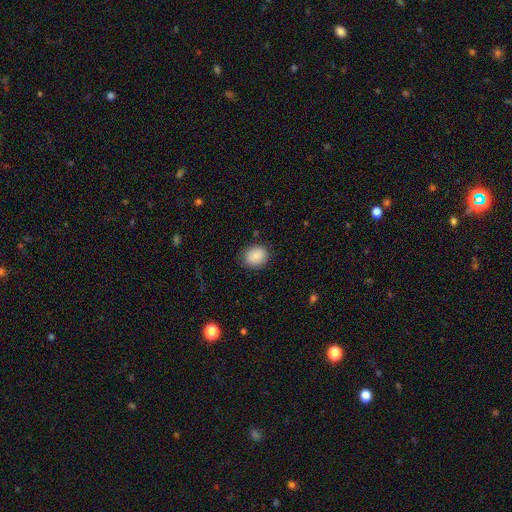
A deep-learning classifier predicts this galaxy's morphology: type=smooth (87%); roundness=round (60%); merging=none (84%).